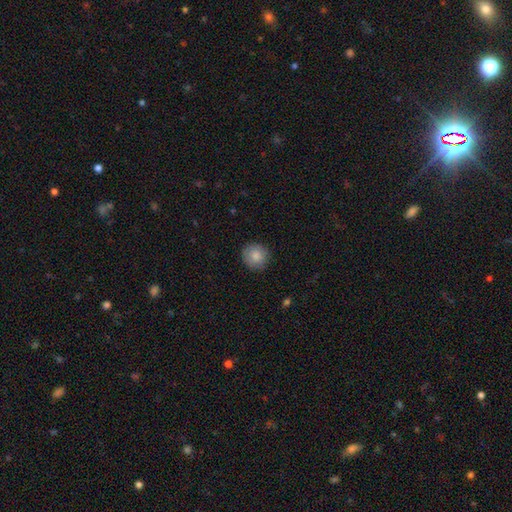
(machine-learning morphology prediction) Smooth or featured: smooth — 83% (featured or disk — 9%)
How rounded: round — 92% (in between — 8%)
Merging: none — 85% (minor disturbance — 11%)